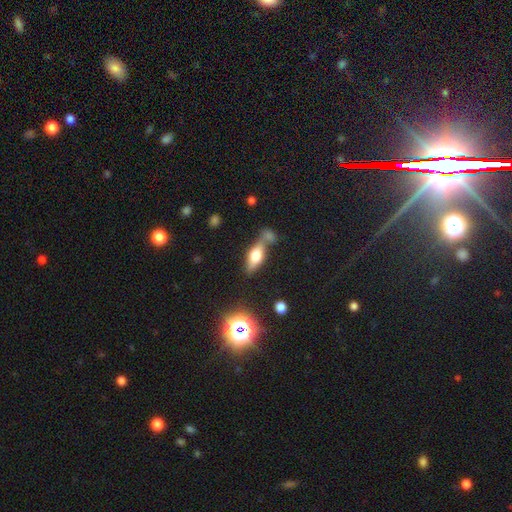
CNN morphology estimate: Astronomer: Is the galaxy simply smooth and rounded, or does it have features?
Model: smooth — 56% (runner-up: featured or disk, 32%).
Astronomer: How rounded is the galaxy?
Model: in between — 70%.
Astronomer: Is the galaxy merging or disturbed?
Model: none — 51% (runner-up: merger, 27%).